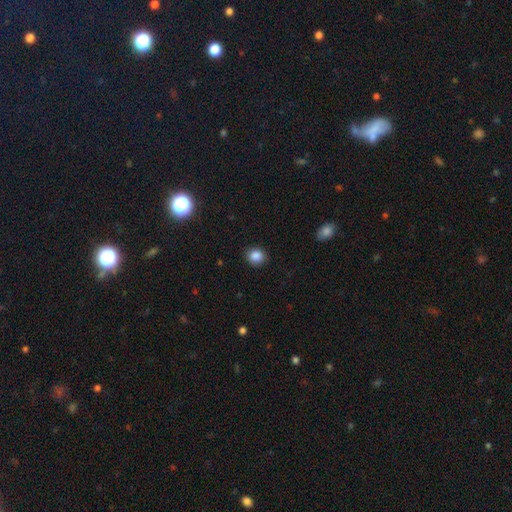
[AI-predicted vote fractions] smooth-or-featured: smooth: 86% | star or artifact: 10% | featured or disk: 4%
  how-rounded: round: 80% | in between: 19% | cigar-shaped: 1%
  merging: none: 88% | minor disturbance: 9% | major disturbance: 2% | merger: 1%